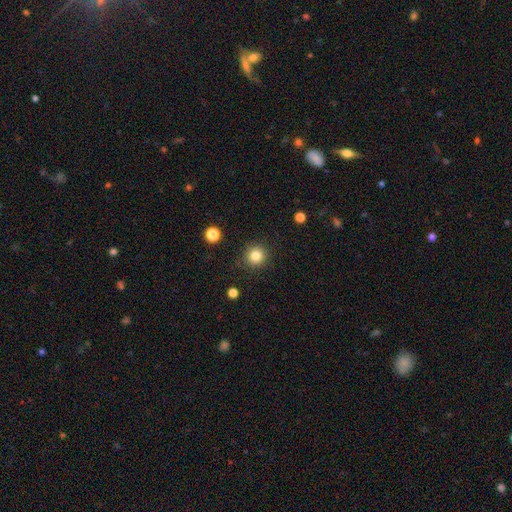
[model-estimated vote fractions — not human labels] smooth-or-featured: smooth: 83% | star or artifact: 11% | featured or disk: 6%
  how-rounded: round: 94% | in between: 5% | cigar-shaped: 1%
  merging: none: 89% | minor disturbance: 8% | major disturbance: 2% | merger: 1%